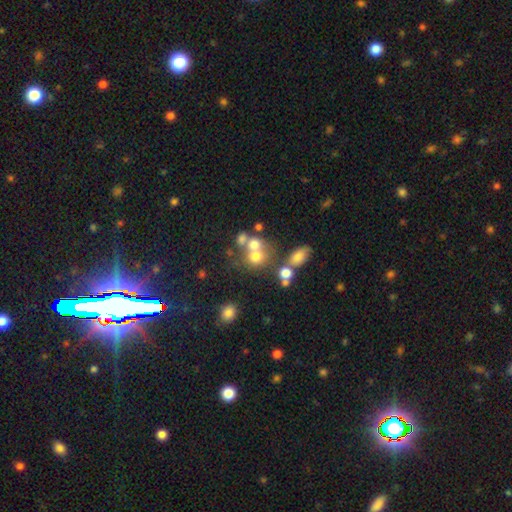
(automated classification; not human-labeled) smooth_or_featured: smooth (p=0.63) [alt: featured or disk p=0.20]
how_rounded: round (p=0.74) [alt: in between p=0.24]
merging: merger (p=0.46) [alt: none p=0.38]